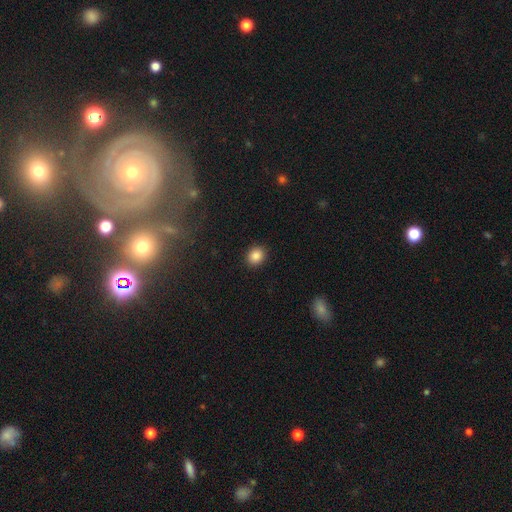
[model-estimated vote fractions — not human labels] smooth-or-featured: smooth: 87% | star or artifact: 9% | featured or disk: 4%
  how-rounded: round: 62% | in between: 37% | cigar-shaped: 1%
  merging: none: 91% | minor disturbance: 6% | major disturbance: 2% | merger: 1%